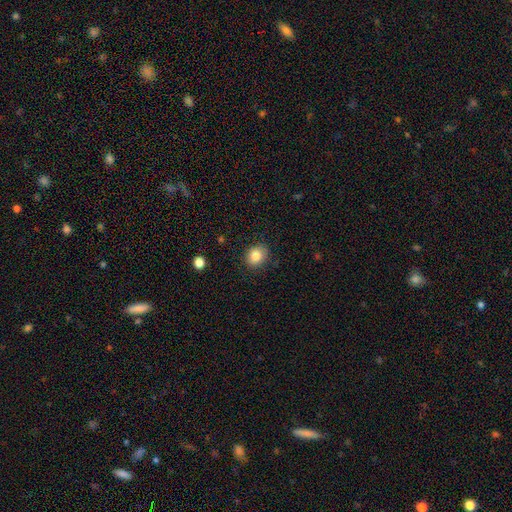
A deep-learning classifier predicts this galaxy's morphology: A smooth galaxy with no disk features (83%) that is round (59%).

Vote fractions:
- Smooth or featured? smooth: 83% / star or artifact: 10% / featured or disk: 7%
- How rounded? round: 59% / in between: 40% / cigar-shaped: 1%
- Merging? none: 87% / minor disturbance: 9% / major disturbance: 2% / merger: 1%